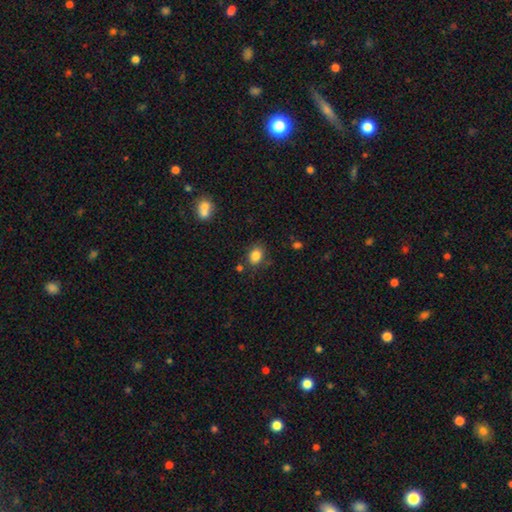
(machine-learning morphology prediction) Smooth or featured? smooth (84%)
How rounded? in between (61%)
Merging? none (76%)